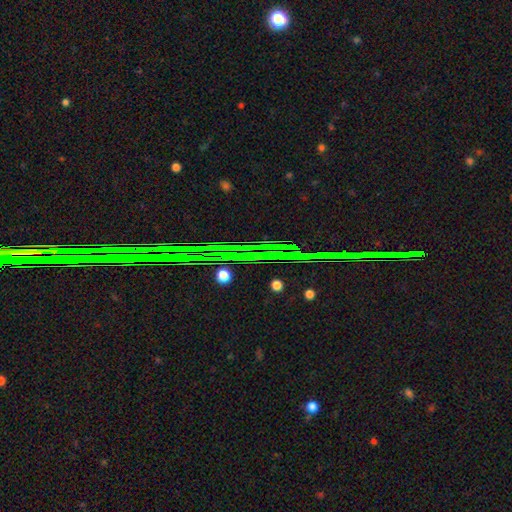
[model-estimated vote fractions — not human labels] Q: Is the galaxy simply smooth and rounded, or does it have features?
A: star or artifact — 85%.